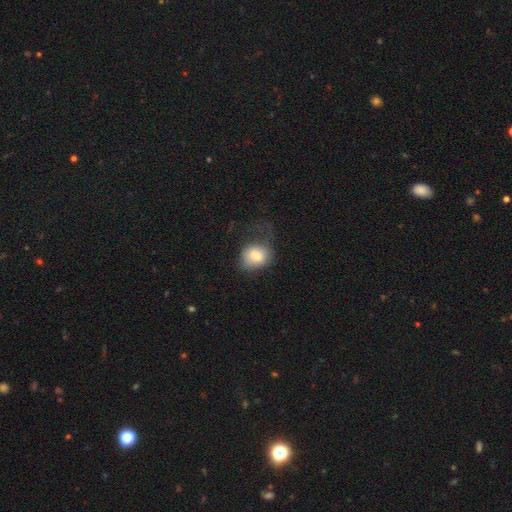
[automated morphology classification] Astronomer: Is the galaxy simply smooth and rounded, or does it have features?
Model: smooth — 76%.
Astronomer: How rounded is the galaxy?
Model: in between — 51% (runner-up: round, 47%).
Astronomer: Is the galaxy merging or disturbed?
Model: none — 40% (runner-up: major disturbance, 30%).